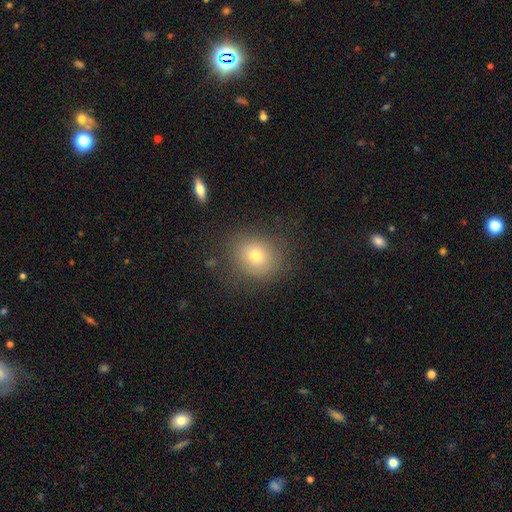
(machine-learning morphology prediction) type=smooth (73%); roundness=round (73%); merging=none (80%).